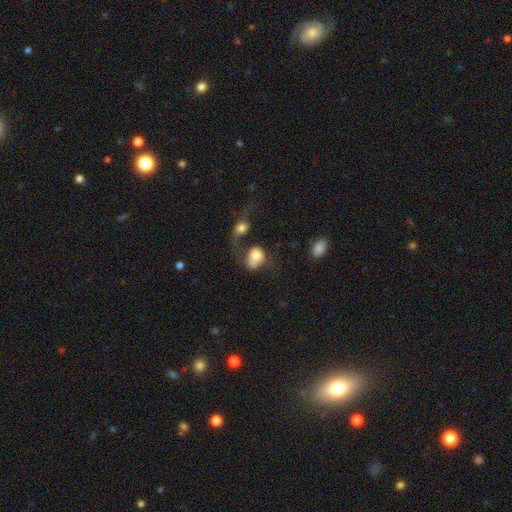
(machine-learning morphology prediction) smooth 69%, featured or disk 22%, star or artifact 9%. Down the decision tree: how rounded — in between (65%); merging — merger (38%).